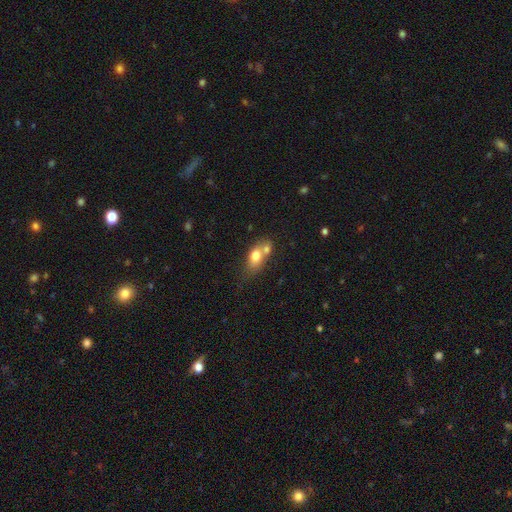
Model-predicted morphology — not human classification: A smooth galaxy with no disk features (73%) that is in between round and cigar-shaped (78%). Merging: merger (50%).